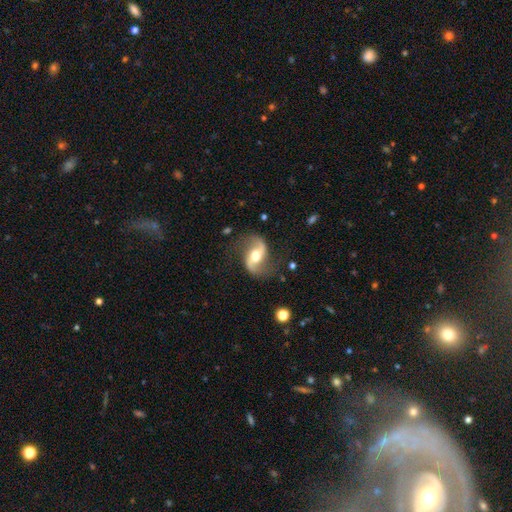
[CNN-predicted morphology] Smooth or featured: featured or disk — 86% (smooth — 9%)
Edge-on disk: no — 96% (yes — 4%)
Bar: weak — 36% (no — 34%)
Spiral arms: yes — 95% (no — 5%)
Spiral winding: loose — 74% (medium — 22%)
Spiral arm count: 2 — 93% (1 — 2%)
Bulge size: moderate — 69% (large — 16%)
Merging: none — 76% (minor disturbance — 15%)